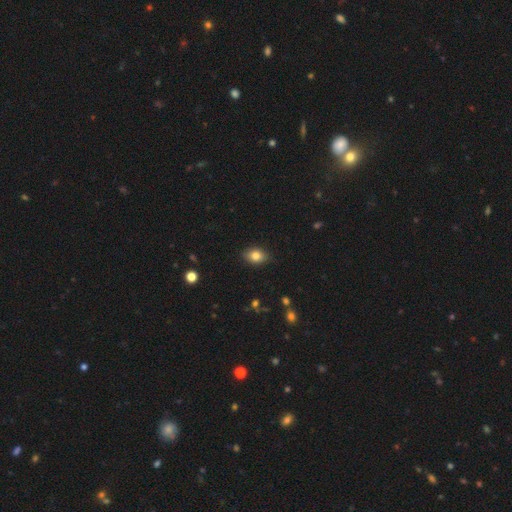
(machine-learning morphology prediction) Smooth or featured: smooth — 81% (star or artifact — 10%)
How rounded: in between — 73% (round — 25%)
Merging: none — 85% (minor disturbance — 12%)